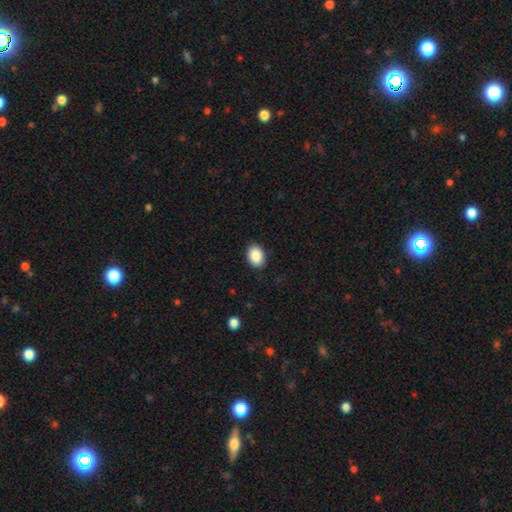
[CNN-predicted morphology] This is clearly a smooth galaxy (88%). How rounded: likely in between (76%). Merging: clearly none (89%).